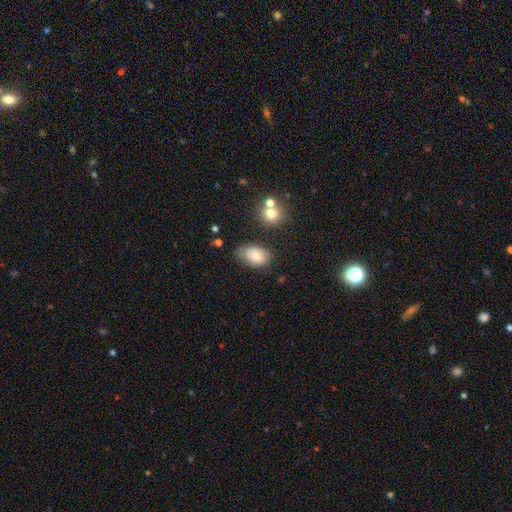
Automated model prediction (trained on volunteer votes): Smooth or featured? Predicted: smooth (p=0.76). How rounded? Predicted: in between (p=0.87). Merging? Predicted: none (p=0.64).